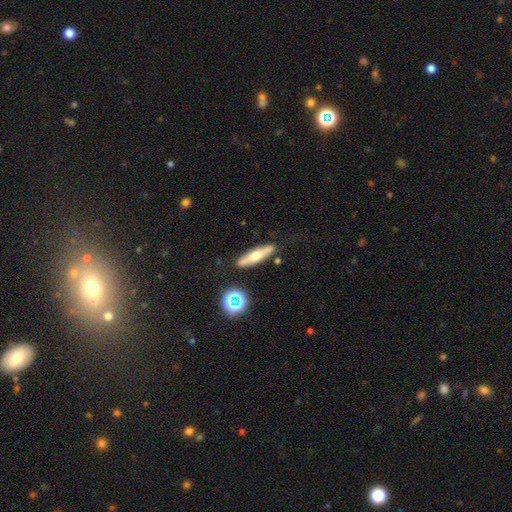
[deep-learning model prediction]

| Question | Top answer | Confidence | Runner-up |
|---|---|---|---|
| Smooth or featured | smooth | 47% | featured or disk (44%) |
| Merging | none | 85% | minor disturbance (9%) |